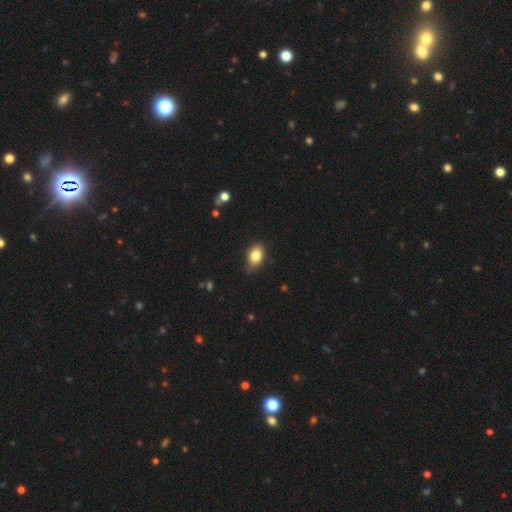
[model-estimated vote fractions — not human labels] This appears to be a smooth galaxy with no disk features (82%) that is in between round and cigar-shaped (80%). Merging: none (73%).